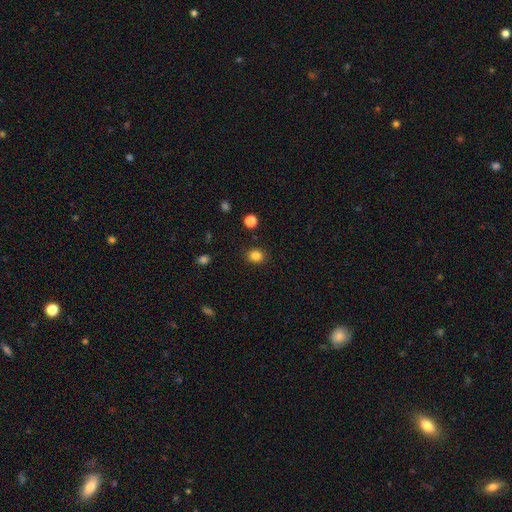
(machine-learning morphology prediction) smooth_or_featured: smooth (p=0.84) [alt: star or artifact p=0.12]
how_rounded: round (p=0.70) [alt: in between p=0.29]
merging: none (p=0.89) [alt: minor disturbance p=0.08]